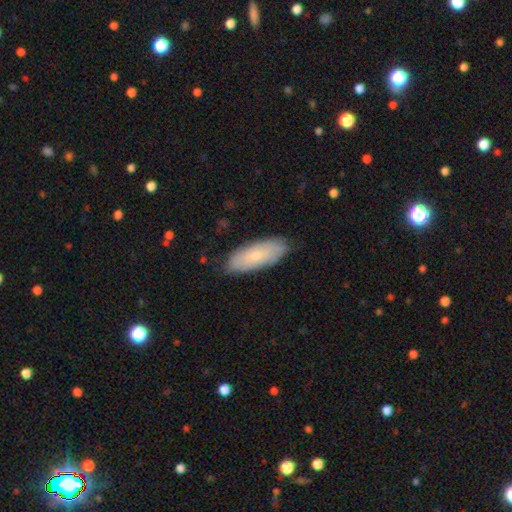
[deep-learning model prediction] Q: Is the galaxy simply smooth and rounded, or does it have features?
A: smooth — 69%.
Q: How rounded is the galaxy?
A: in between — 74%.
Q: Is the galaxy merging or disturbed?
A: none — 82%.